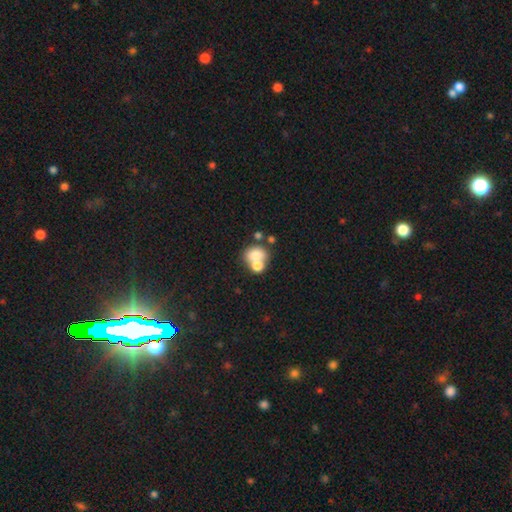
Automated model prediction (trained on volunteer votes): smooth 73%, featured or disk 17%, star or artifact 10%. Down the decision tree: how rounded — round (57%); merging — merger (56%).